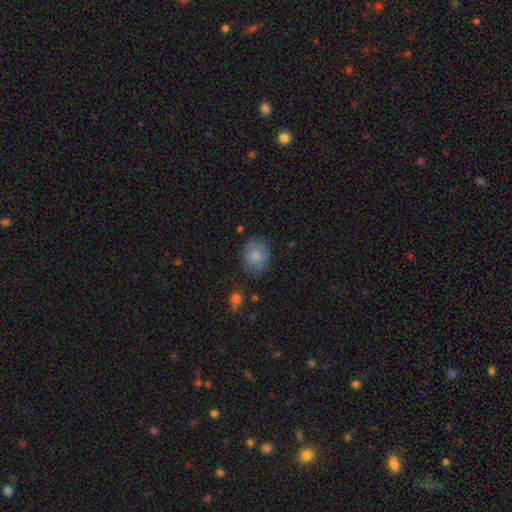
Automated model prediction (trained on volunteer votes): This appears to be a smooth galaxy with no disk features (78%) that is in between round and cigar-shaped (54%). Merging: none (71%).